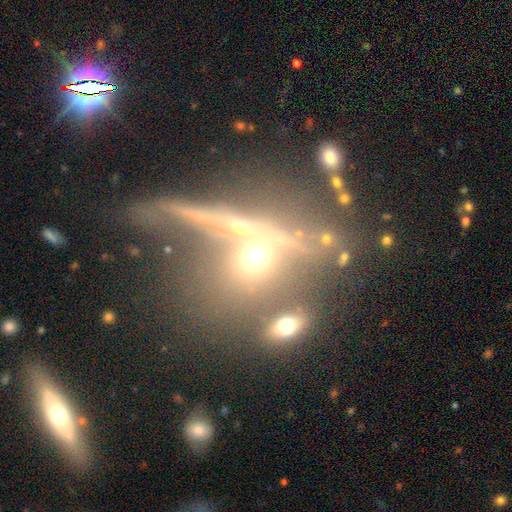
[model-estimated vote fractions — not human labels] A featured or disk galaxy (43%). Merging: none (41%).